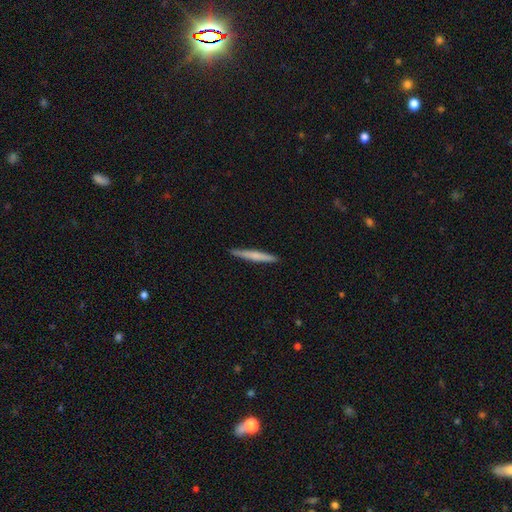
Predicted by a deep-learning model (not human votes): A smooth galaxy with no disk features (60%) that is cigar-shaped (96%).

Vote fractions:
- Smooth or featured? smooth: 60% / featured or disk: 35% / star or artifact: 5%
- How rounded? cigar-shaped: 96% / in between: 2% / round: 1%
- Merging? none: 91% / minor disturbance: 6% / major disturbance: 1% / merger: 1%